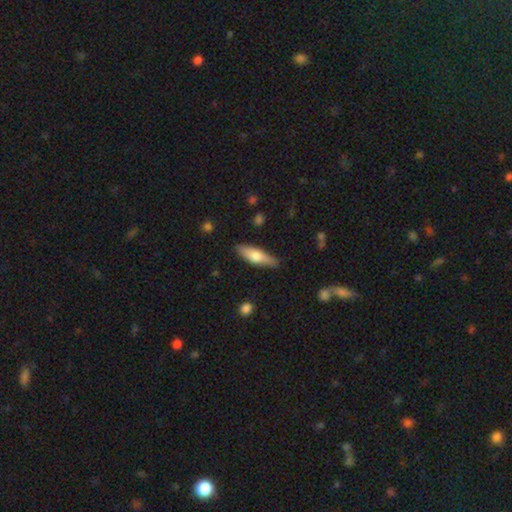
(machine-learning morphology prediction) This is likely a smooth galaxy (60%). How rounded: likely cigar-shaped (60%). Merging: clearly none (83%).